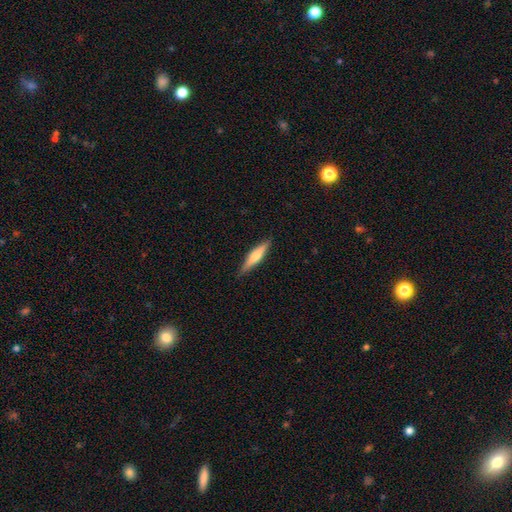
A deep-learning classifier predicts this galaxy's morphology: smooth-or-featured: featured or disk: 48% | smooth: 47% | star or artifact: 5%
  merging: none: 88% | minor disturbance: 9% | major disturbance: 2% | merger: 1%